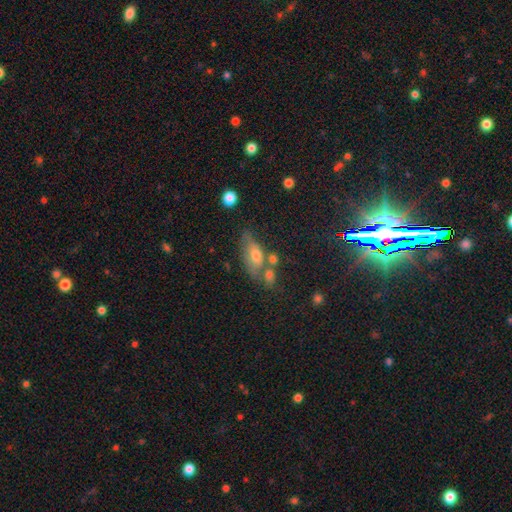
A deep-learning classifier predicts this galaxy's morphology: Smooth or featured? Predicted: smooth (p=0.60). How rounded? Predicted: in between (p=0.80). Merging? Predicted: none (p=0.44).